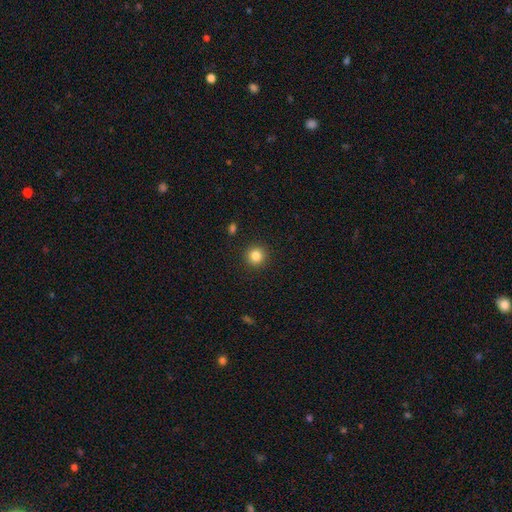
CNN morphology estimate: A smooth galaxy with no disk features (84%) that is round (94%).

Vote fractions:
- Smooth or featured? smooth: 84% / star or artifact: 11% / featured or disk: 5%
- How rounded? round: 94% / in between: 5% / cigar-shaped: 1%
- Merging? none: 92% / minor disturbance: 5% / major disturbance: 2% / merger: 1%